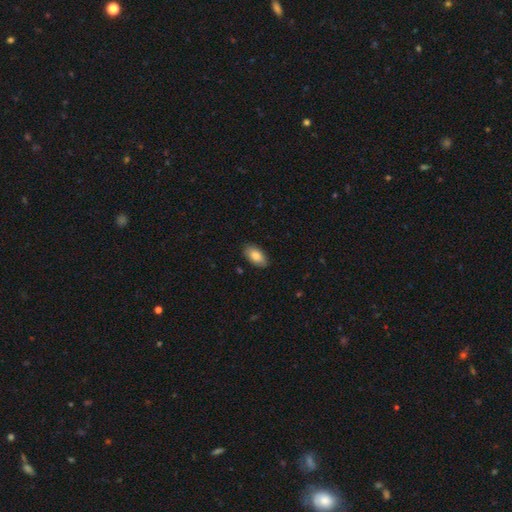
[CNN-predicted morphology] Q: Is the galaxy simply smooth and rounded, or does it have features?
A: smooth — 83%.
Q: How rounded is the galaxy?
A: in between — 94%.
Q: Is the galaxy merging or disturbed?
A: none — 86%.